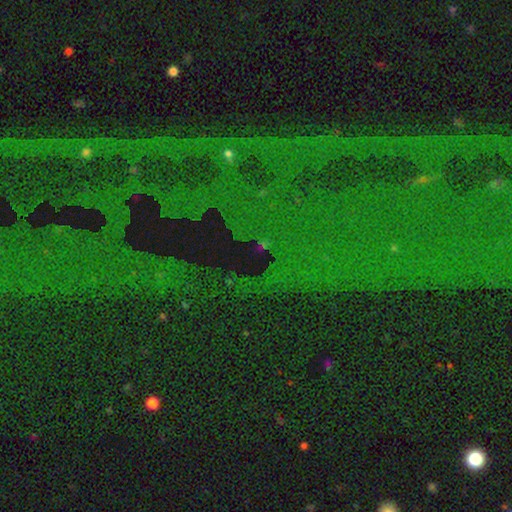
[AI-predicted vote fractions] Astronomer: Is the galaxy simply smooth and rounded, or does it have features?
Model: star or artifact — 84%.